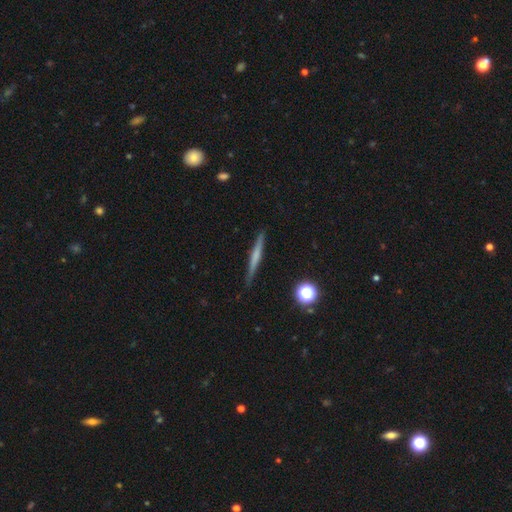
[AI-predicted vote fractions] smooth_or_featured: featured or disk (p=0.52) [alt: smooth p=0.40]
disk_edge_on: yes (p=0.97) [alt: no p=0.03]
edge_on_bulge: none (p=0.59) [alt: rounded p=0.28]
merging: none (p=0.89) [alt: minor disturbance p=0.08]